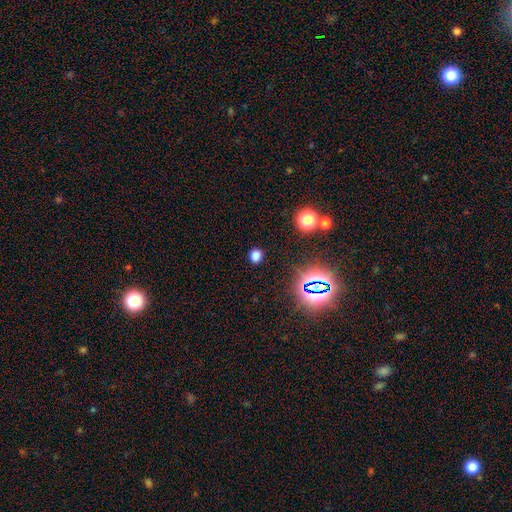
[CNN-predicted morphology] A smooth galaxy with no disk features (72%) that is round (67%).

Vote fractions:
- Smooth or featured? smooth: 72% / star or artifact: 24% / featured or disk: 5%
- How rounded? round: 67% / in between: 32% / cigar-shaped: 1%
- Merging? none: 88% / minor disturbance: 7% / major disturbance: 3% / merger: 2%